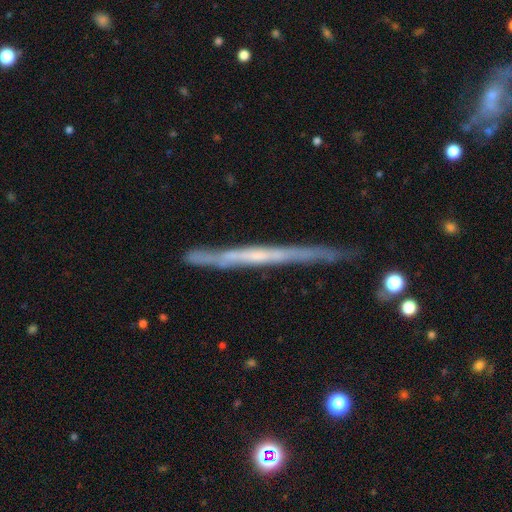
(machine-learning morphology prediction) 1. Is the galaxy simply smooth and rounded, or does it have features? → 68% featured or disk, 26% smooth, 7% star or artifact.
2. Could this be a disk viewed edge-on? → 96% yes, 4% no.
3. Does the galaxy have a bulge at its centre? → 81% none, 13% rounded, 6% boxy.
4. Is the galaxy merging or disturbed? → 80% none, 16% minor disturbance, 3% major disturbance, 2% merger.